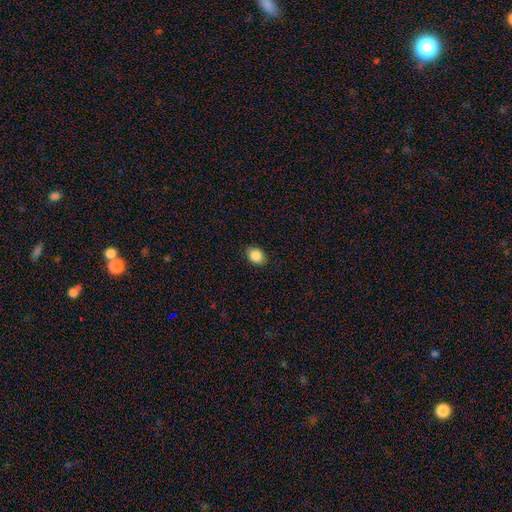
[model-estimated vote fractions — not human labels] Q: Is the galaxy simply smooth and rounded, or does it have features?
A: smooth — 87%.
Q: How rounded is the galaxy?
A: in between — 67%.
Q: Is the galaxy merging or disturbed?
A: none — 88%.